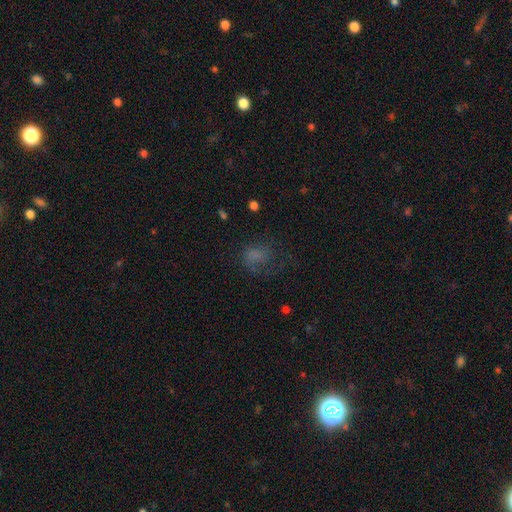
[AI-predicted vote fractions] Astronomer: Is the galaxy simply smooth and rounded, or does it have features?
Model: smooth — 57%.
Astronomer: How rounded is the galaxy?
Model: in between — 54% (runner-up: round, 44%).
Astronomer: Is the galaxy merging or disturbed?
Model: none — 44% (runner-up: major disturbance, 33%).